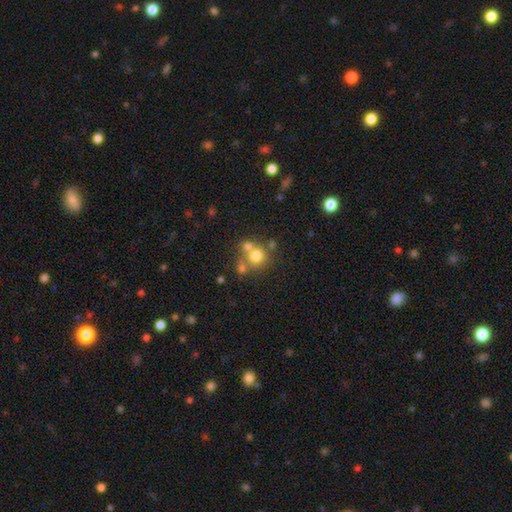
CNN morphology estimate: Smooth or featured?
  - smooth: 69% *
  - featured or disk: 16%
  - star or artifact: 15%
How rounded?
  - round: 87% *
  - in between: 12%
  - cigar-shaped: 1%
Merging?
  - none: 49% *
  - merger: 39%
  - minor disturbance: 8%
  - major disturbance: 4%